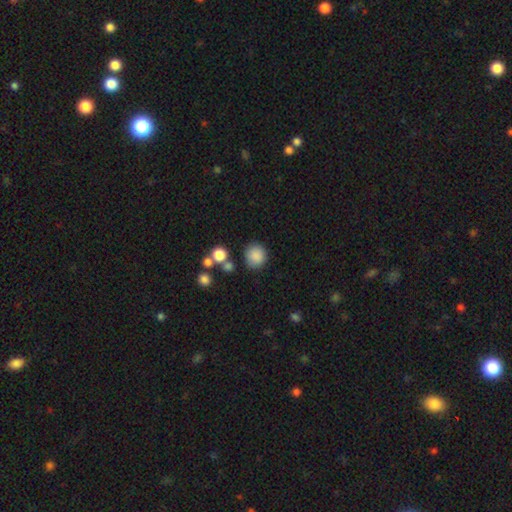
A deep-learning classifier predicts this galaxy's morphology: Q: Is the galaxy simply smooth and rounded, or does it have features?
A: smooth — 85%.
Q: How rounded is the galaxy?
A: round — 88%.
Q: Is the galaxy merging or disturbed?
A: none — 80%.